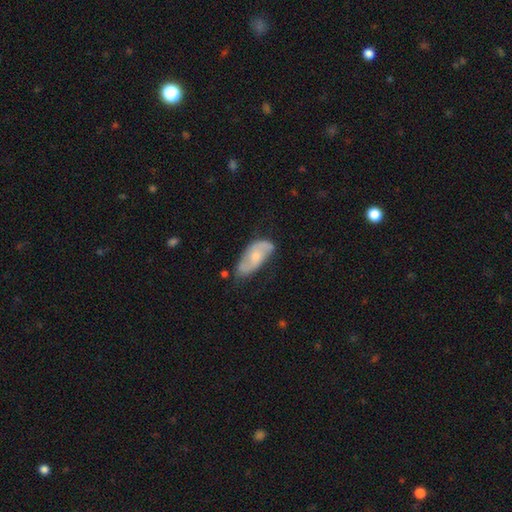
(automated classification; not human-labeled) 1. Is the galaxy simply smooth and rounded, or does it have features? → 58% featured or disk, 35% smooth, 7% star or artifact.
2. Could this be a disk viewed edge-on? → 92% no, 8% yes.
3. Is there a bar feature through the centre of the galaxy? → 65% no, 29% weak, 5% strong.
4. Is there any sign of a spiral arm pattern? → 86% yes, 14% no.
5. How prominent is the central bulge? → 47% moderate, 43% small, 5% none, 3% large, 1% dominant.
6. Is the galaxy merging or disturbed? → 62% none, 28% minor disturbance, 7% major disturbance, 3% merger.